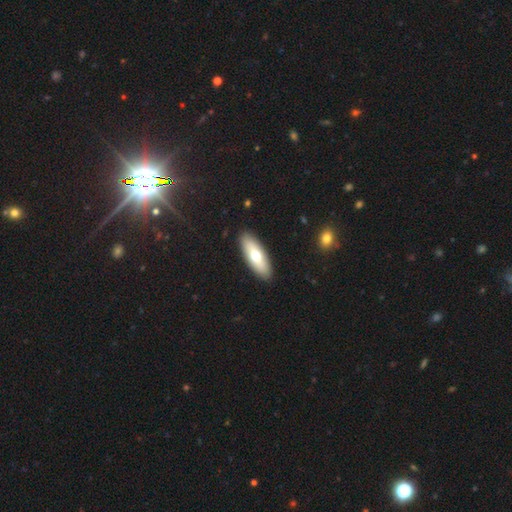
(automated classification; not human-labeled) The model was most divided on "smooth or featured": smooth: 64%, featured or disk: 31%, star or artifact: 5%. More confident: merging — none (91%); how rounded — in between (66%).